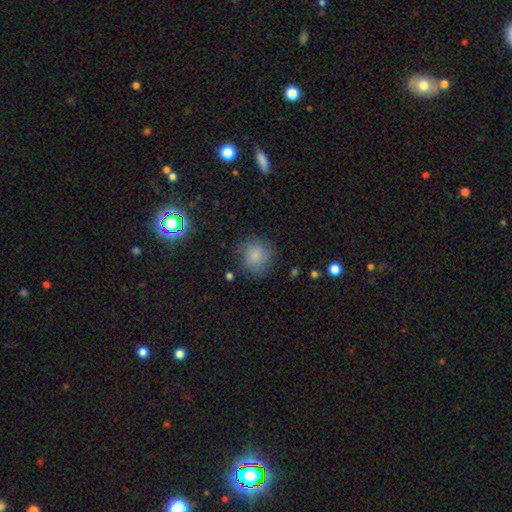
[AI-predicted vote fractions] Smooth or featured?
  - smooth: 76% *
  - featured or disk: 13%
  - star or artifact: 11%
How rounded?
  - round: 88% *
  - in between: 11%
  - cigar-shaped: 1%
Merging?
  - none: 75% *
  - minor disturbance: 17%
  - major disturbance: 7%
  - merger: 2%